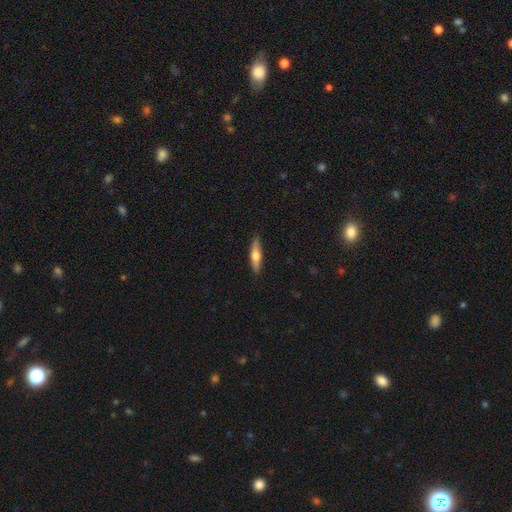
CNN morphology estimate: Smooth or featured: smooth — 55% (featured or disk — 40%)
How rounded: cigar-shaped — 75% (in between — 23%)
Merging: none — 89% (minor disturbance — 8%)